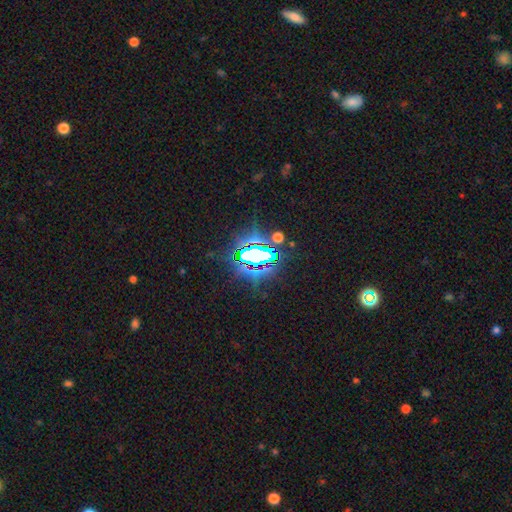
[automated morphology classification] type=star or artifact (75%).